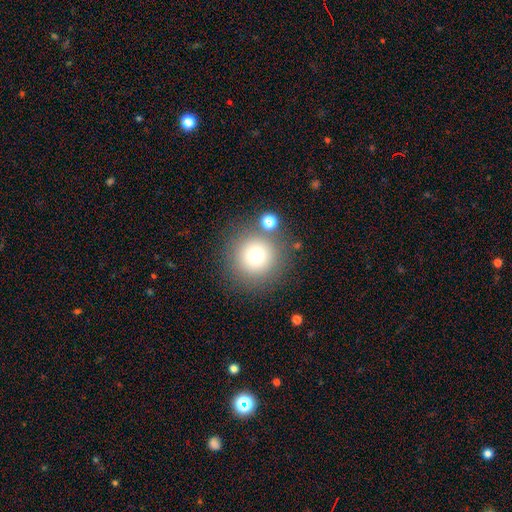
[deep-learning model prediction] smooth 75%, star or artifact 14%, featured or disk 11%. Down the decision tree: how rounded — round (96%); merging — none (82%).